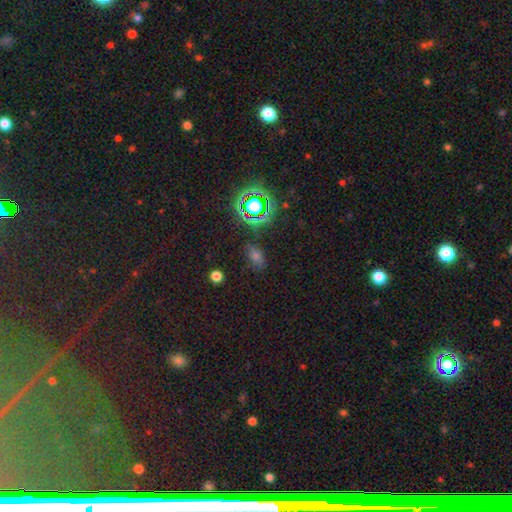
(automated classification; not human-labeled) Morphology: type=smooth (51%); roundness=in between (76%); merging=none (81%).